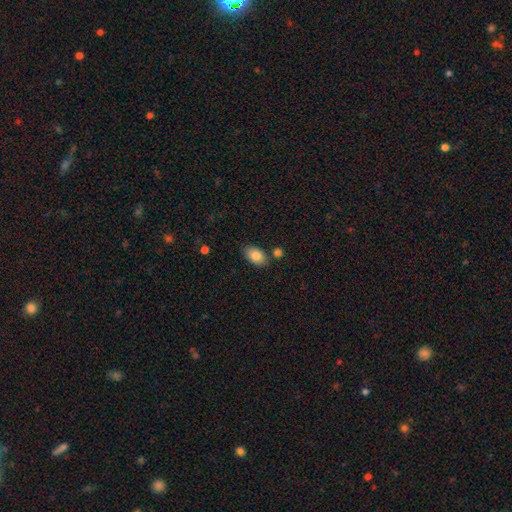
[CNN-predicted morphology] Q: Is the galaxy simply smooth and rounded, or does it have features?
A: smooth — 84%.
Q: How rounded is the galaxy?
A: in between — 91%.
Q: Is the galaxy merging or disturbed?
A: none — 77%.